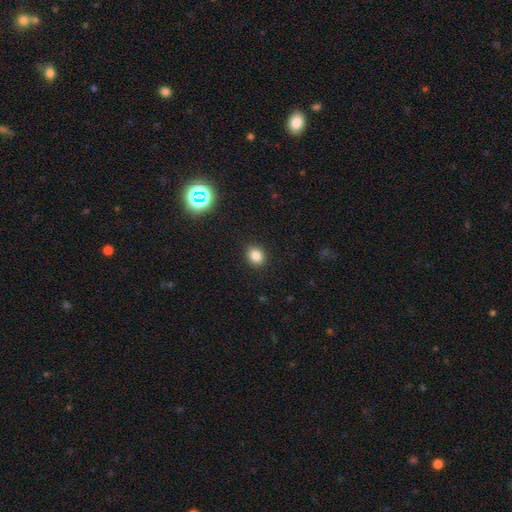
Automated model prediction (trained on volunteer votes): Smooth or featured?
  - smooth: 82% *
  - star or artifact: 12%
  - featured or disk: 5%
How rounded?
  - round: 65% *
  - in between: 34%
  - cigar-shaped: 1%
Merging?
  - none: 91% *
  - minor disturbance: 6%
  - major disturbance: 2%
  - merger: 1%